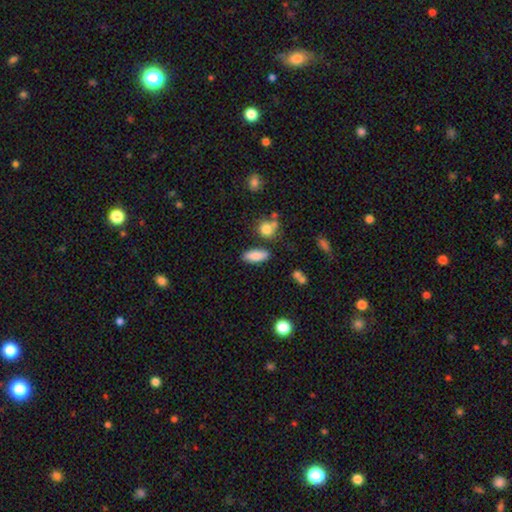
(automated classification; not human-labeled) smooth-or-featured: smooth: 84% | star or artifact: 8% | featured or disk: 8%
  how-rounded: in between: 76% | cigar-shaped: 20% | round: 4%
  merging: none: 79% | minor disturbance: 12% | merger: 6% | major disturbance: 3%